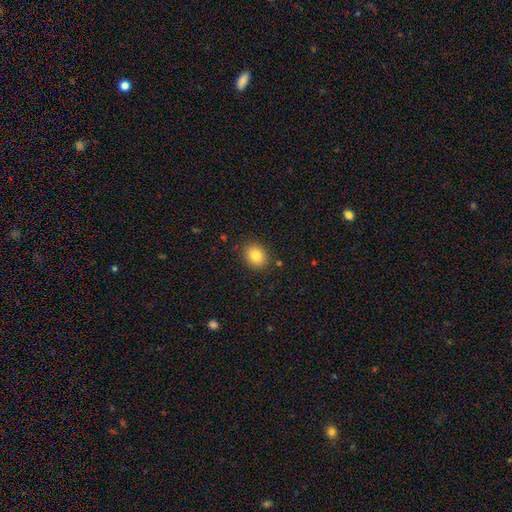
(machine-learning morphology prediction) Overall: smooth (83%). How rounded: round (59%; in between 40%). Merging: none (86%).